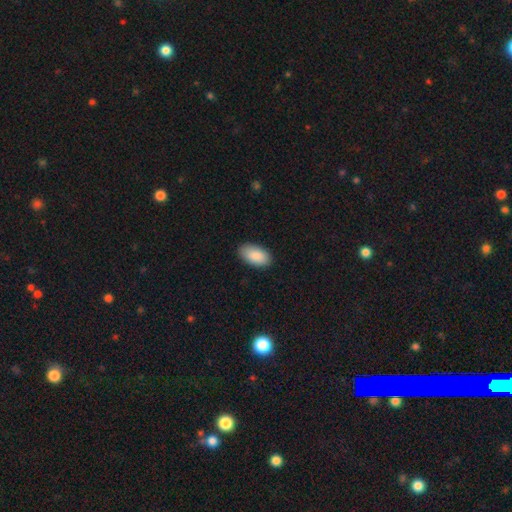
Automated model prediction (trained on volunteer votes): Smooth or featured? Predicted: smooth (p=0.90). How rounded? Predicted: in between (p=0.96). Merging? Predicted: none (p=0.88).